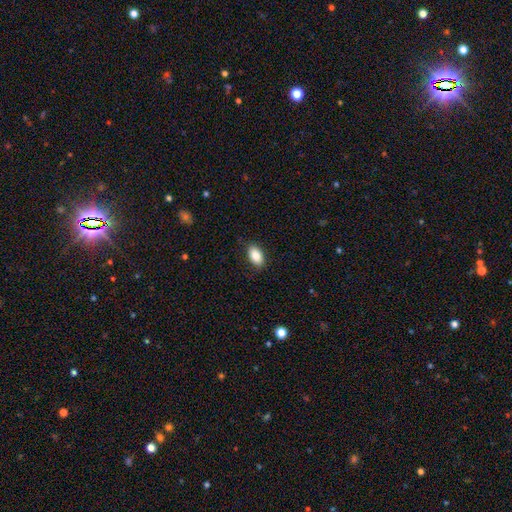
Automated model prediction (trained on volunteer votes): Smooth or featured? smooth (86%)
How rounded? in between (92%)
Merging? none (85%)